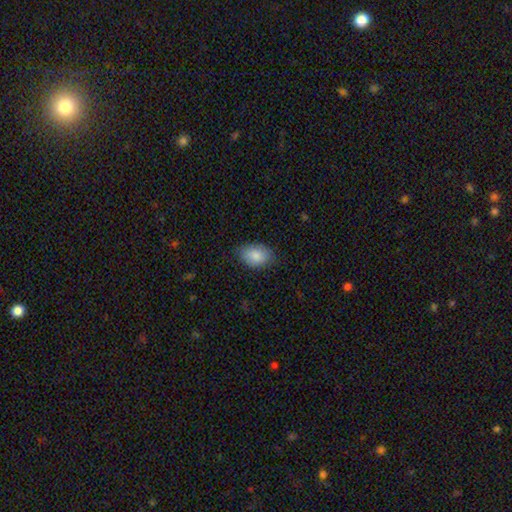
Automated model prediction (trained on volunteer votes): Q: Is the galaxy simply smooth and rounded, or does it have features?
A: smooth — 88%.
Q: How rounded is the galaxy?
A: in between — 89%.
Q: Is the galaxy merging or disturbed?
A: none — 81%.